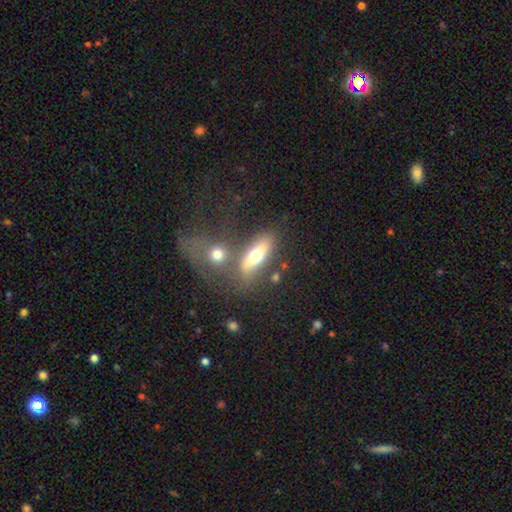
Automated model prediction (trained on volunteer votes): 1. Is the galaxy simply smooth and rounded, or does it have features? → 59% smooth, 32% featured or disk, 9% star or artifact.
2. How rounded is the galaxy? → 62% in between, 30% cigar-shaped, 8% round.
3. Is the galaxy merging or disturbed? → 56% none, 24% merger, 12% minor disturbance, 7% major disturbance.